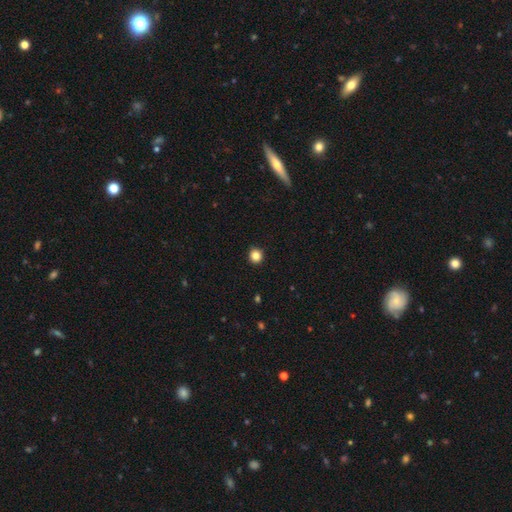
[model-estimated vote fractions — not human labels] Q: Smooth or featured?
A: smooth (84%); runner-up: star or artifact (12%)
Q: How rounded?
A: round (93%); runner-up: in between (6%)
Q: Merging?
A: none (93%); runner-up: minor disturbance (5%)